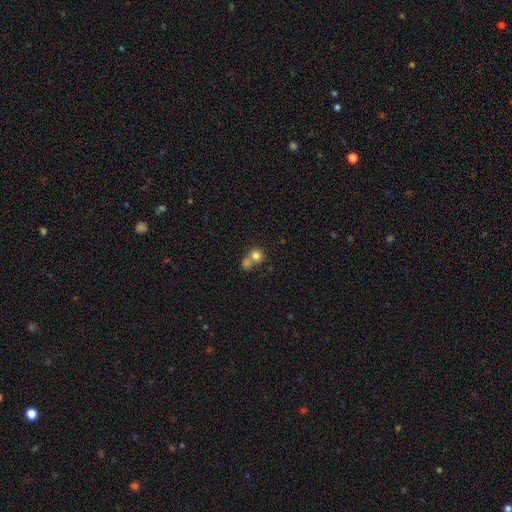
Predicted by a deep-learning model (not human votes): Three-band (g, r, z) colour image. It shows a smooth galaxy with no disk features (79%) that is round (82%). Merging: merger (57%).